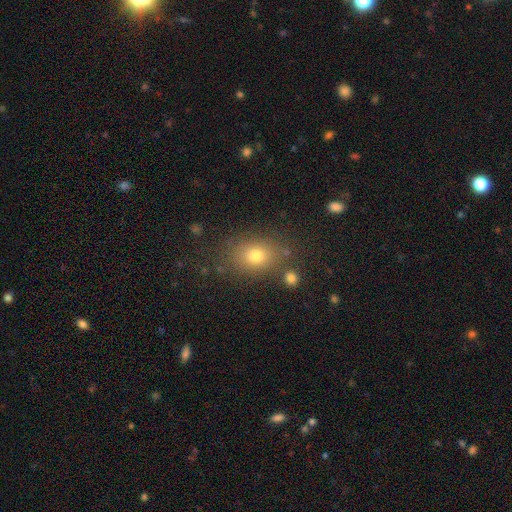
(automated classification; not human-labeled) A smooth galaxy with no disk features (75%) that is in between round and cigar-shaped (62%).

Vote fractions:
- Smooth or featured? smooth: 75% / star or artifact: 14% / featured or disk: 11%
- How rounded? in between: 62% / round: 37% / cigar-shaped: 1%
- Merging? none: 79% / minor disturbance: 12% / major disturbance: 5% / merger: 5%